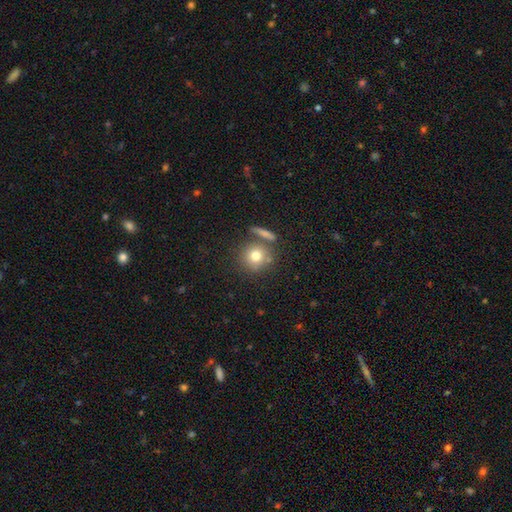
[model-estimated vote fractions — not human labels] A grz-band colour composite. It shows a smooth galaxy with no disk features (76%) that is round (89%). Merging: none (68%).